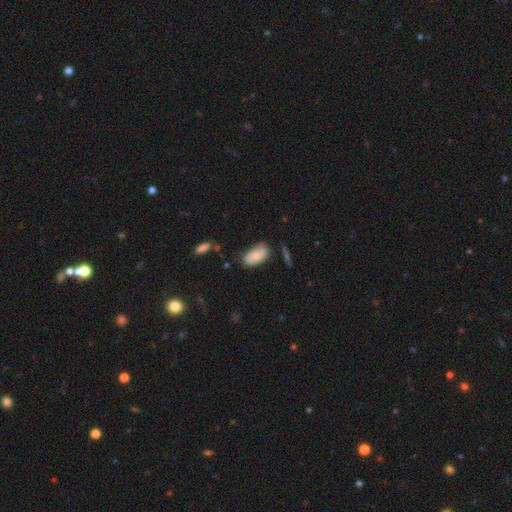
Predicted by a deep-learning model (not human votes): The model was most divided on "merging": none: 62%, minor disturbance: 27%, major disturbance: 6%, merger: 4%. More confident: how rounded — in between (94%); smooth or featured — smooth (78%).